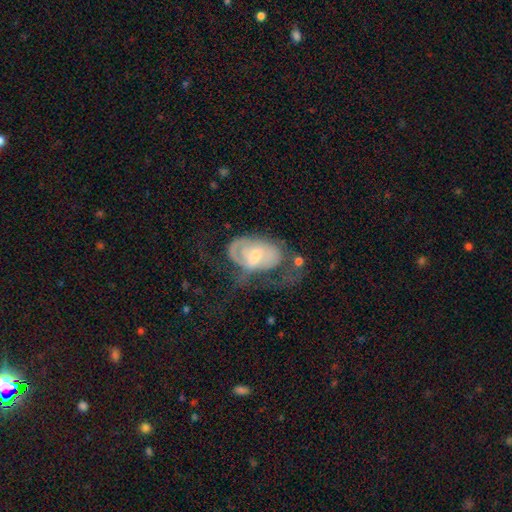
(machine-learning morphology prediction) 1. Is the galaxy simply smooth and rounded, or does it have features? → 64% featured or disk, 29% smooth, 7% star or artifact.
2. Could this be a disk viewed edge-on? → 95% no, 5% yes.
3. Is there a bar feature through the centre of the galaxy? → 50% no, 40% weak, 11% strong.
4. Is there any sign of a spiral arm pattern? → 63% yes, 37% no.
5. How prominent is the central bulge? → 48% moderate, 44% small, 5% large, 3% none, 1% dominant.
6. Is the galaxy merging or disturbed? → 50% major disturbance, 23% none, 20% minor disturbance, 7% merger.